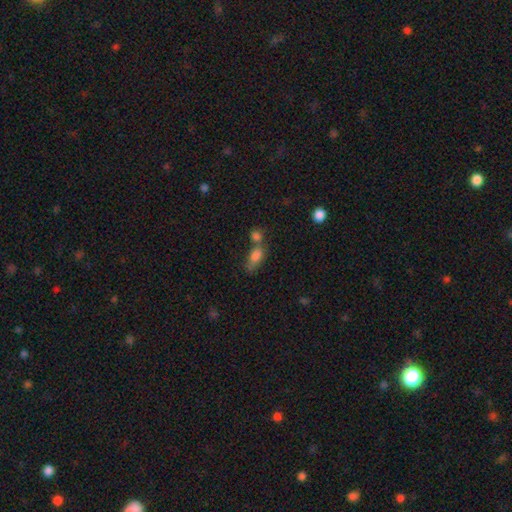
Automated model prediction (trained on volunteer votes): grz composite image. It shows a smooth galaxy with no disk features (81%) that is in between round and cigar-shaped (82%). Merging: merger (48%).